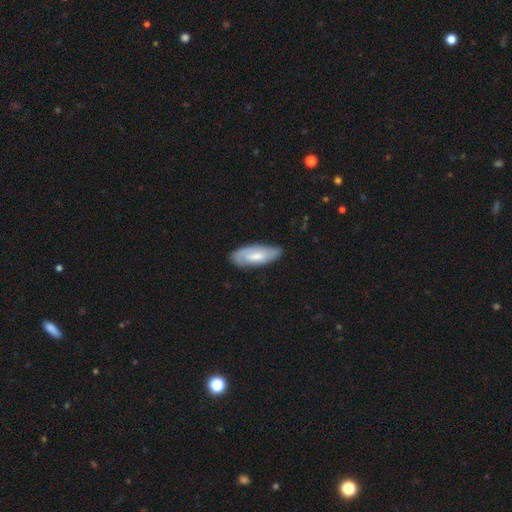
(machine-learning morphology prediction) This is possibly a smooth galaxy (54%). How rounded: likely in between (74%). Merging: likely none (75%).